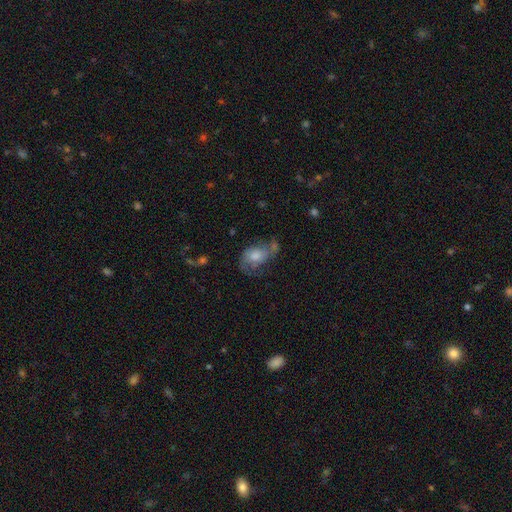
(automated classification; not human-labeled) Q: Smooth or featured?
A: featured or disk (49%); runner-up: smooth (42%)
Q: Merging?
A: none (36%); runner-up: major disturbance (27%)